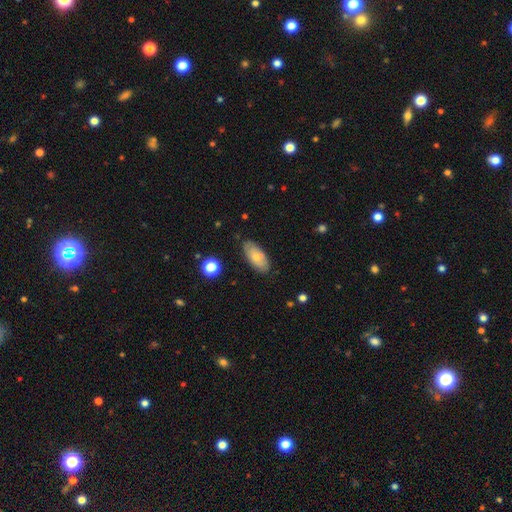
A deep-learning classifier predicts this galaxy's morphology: Q: Smooth or featured?
A: smooth (64%); runner-up: featured or disk (28%)
Q: How rounded?
A: in between (89%); runner-up: cigar-shaped (9%)
Q: Merging?
A: none (82%); runner-up: minor disturbance (14%)